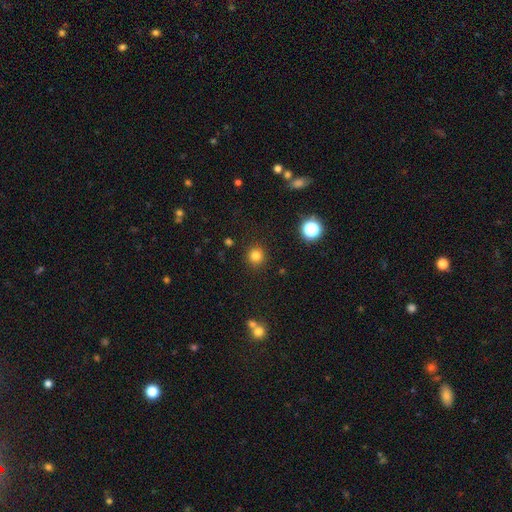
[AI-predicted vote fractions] smooth 81%, star or artifact 15%, featured or disk 5%. Down the decision tree: how rounded — round (93%); merging — none (90%).